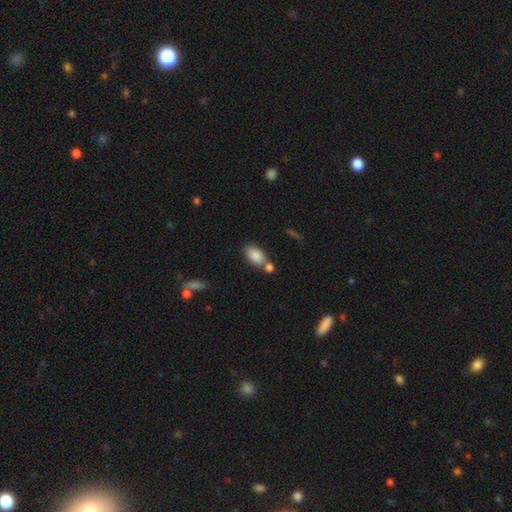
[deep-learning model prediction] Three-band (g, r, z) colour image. It shows a smooth galaxy with no disk features (87%) that is in between round and cigar-shaped (92%). Merging: none (56%).